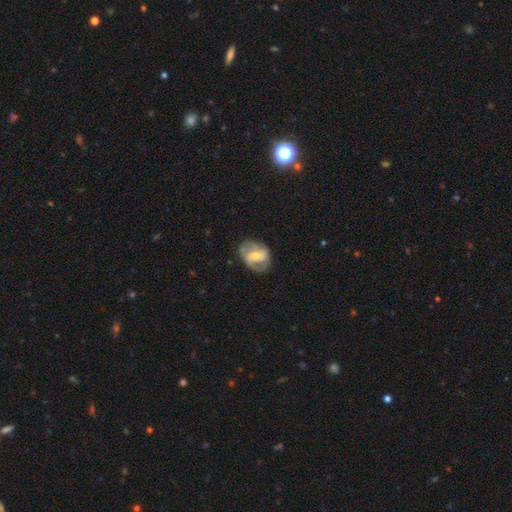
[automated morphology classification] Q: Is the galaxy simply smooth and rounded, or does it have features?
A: featured or disk — 67%.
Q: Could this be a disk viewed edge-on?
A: no — 97%.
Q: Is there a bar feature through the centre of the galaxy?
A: weak — 44%.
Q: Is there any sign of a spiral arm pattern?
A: yes — 81%.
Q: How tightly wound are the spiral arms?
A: medium — 45%.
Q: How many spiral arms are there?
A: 2 — 75%.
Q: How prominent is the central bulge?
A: moderate — 53%.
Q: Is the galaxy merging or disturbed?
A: none — 70%.